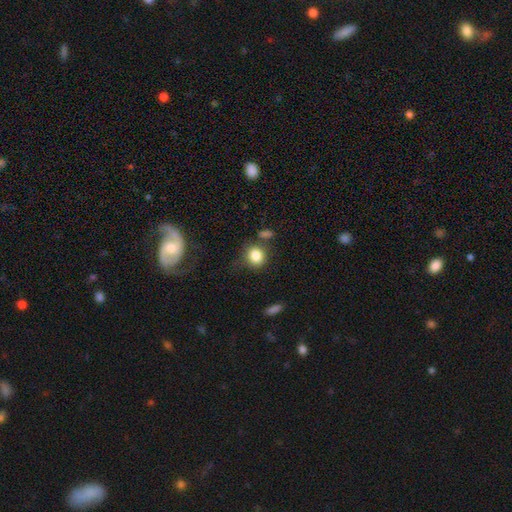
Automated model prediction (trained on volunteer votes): Q: Smooth or featured?
A: smooth (83%); runner-up: star or artifact (10%)
Q: How rounded?
A: round (79%); runner-up: in between (20%)
Q: Merging?
A: none (70%); runner-up: minor disturbance (15%)